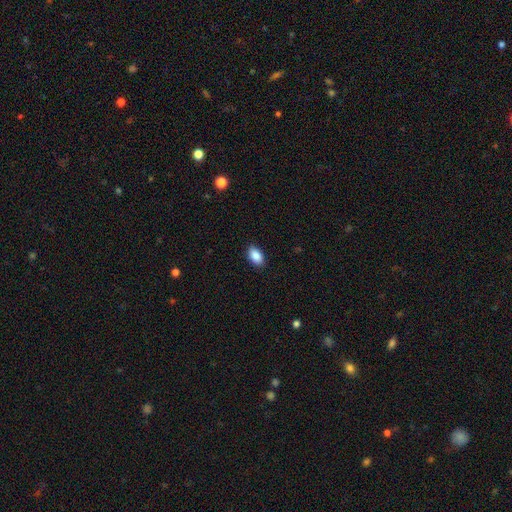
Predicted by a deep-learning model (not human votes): Smooth or featured?
  - smooth: 89% *
  - star or artifact: 7%
  - featured or disk: 4%
How rounded?
  - in between: 92% *
  - round: 6%
  - cigar-shaped: 2%
Merging?
  - none: 89% *
  - minor disturbance: 8%
  - major disturbance: 2%
  - merger: 1%